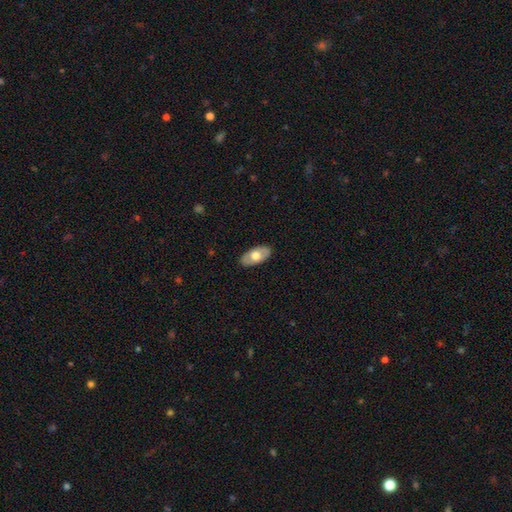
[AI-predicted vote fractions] Overall: smooth (55%; featured or disk 40%). How rounded: in between (93%). Merging: none (86%).